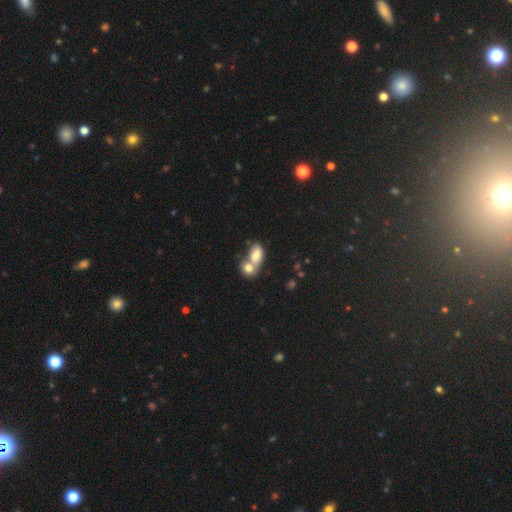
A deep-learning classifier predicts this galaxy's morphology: Q: Smooth or featured?
A: smooth (78%); runner-up: featured or disk (15%)
Q: How rounded?
A: in between (79%); runner-up: round (19%)
Q: Merging?
A: merger (70%); runner-up: none (20%)